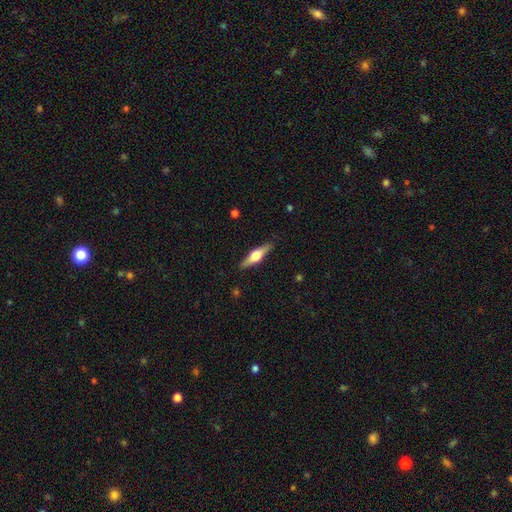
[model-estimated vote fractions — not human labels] The model was most divided on "smooth or featured": featured or disk: 63%, smooth: 32%, star or artifact: 5%. More confident: edge-on disk — yes (96%); edge-on bulge — rounded (94%); merging — none (88%).